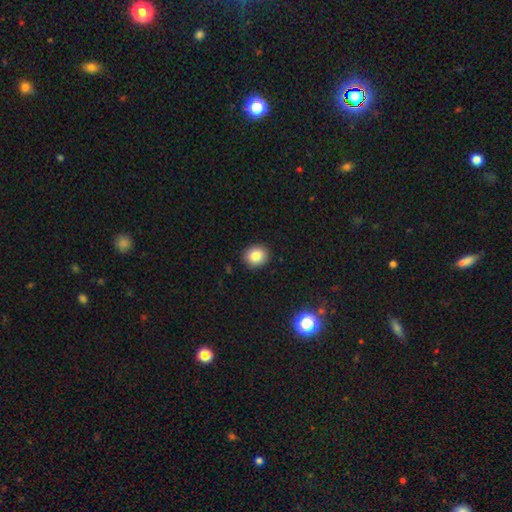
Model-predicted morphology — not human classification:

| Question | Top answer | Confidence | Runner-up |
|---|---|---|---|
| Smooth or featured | smooth | 84% | star or artifact (10%) |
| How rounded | round | 77% | in between (22%) |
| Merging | none | 91% | minor disturbance (6%) |